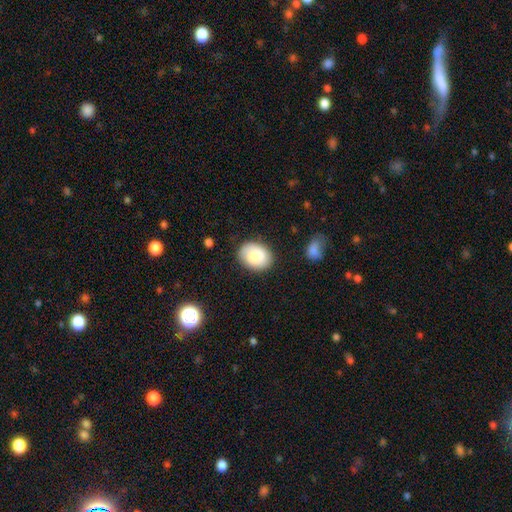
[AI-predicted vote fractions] Smooth or featured?
  - smooth: 79% *
  - featured or disk: 14%
  - star or artifact: 7%
How rounded?
  - in between: 64% *
  - round: 35%
  - cigar-shaped: 1%
Merging?
  - none: 82% *
  - minor disturbance: 13%
  - major disturbance: 3%
  - merger: 2%